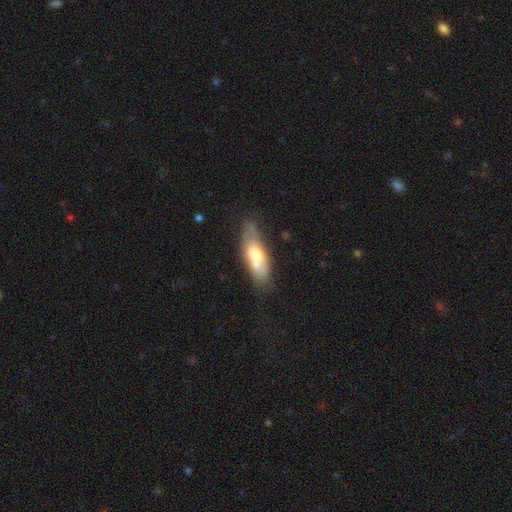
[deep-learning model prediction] smooth-or-featured: smooth: 47% | featured or disk: 46% | star or artifact: 8%
  merging: none: 58% | minor disturbance: 22% | merger: 12% | major disturbance: 8%